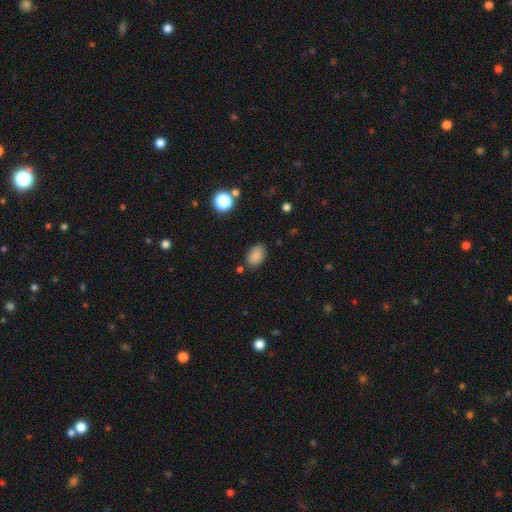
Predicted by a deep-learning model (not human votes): This is clearly a smooth galaxy (85%). How rounded: clearly in between (88%). Merging: clearly none (81%).